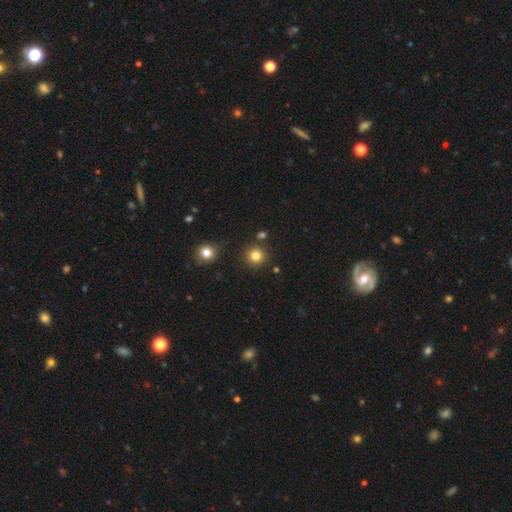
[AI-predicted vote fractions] Smooth or featured? Predicted: smooth (p=0.82). How rounded? Predicted: round (p=0.94). Merging? Predicted: none (p=0.87).